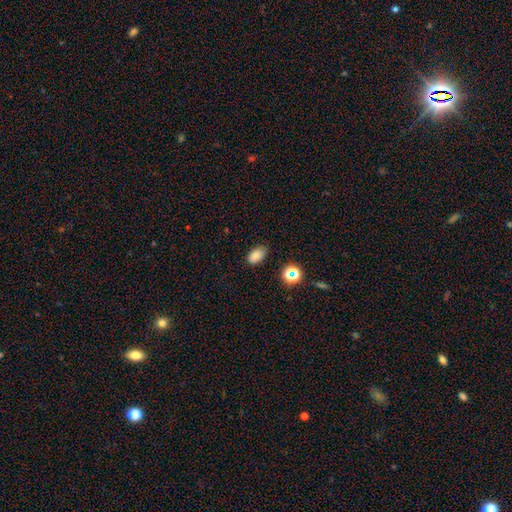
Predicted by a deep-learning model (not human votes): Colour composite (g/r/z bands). It shows a smooth galaxy with no disk features (80%) that is in between round and cigar-shaped (89%). Merging: none (77%).